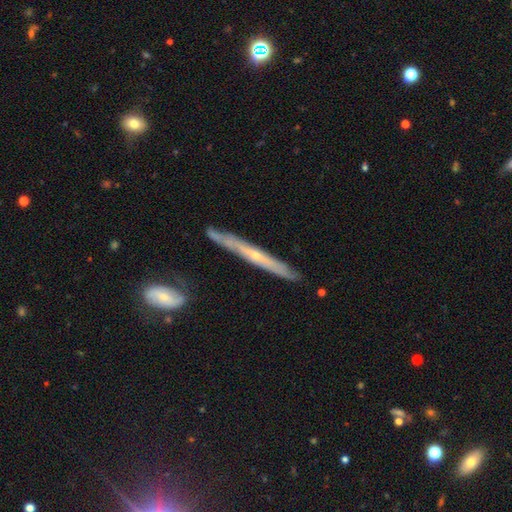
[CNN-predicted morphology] Smooth or featured: featured or disk — 69% (smooth — 25%)
Edge-on disk: yes — 90% (no — 10%)
Edge-on bulge: rounded — 50% (none — 47%)
Merging: none — 81% (minor disturbance — 14%)